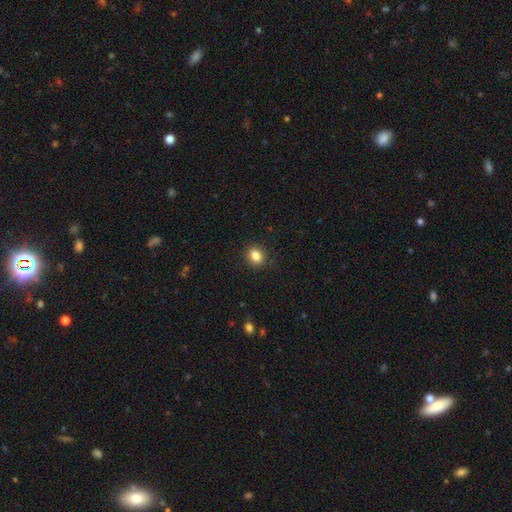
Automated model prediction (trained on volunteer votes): Overall: smooth (84%). How rounded: round (52%; in between 47%). Merging: none (89%).